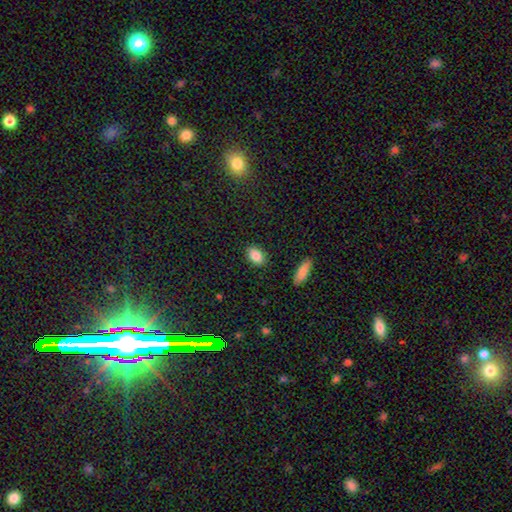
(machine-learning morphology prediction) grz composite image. It shows a smooth galaxy with no disk features (86%) that is in between round and cigar-shaped (84%). Merging: none (88%).